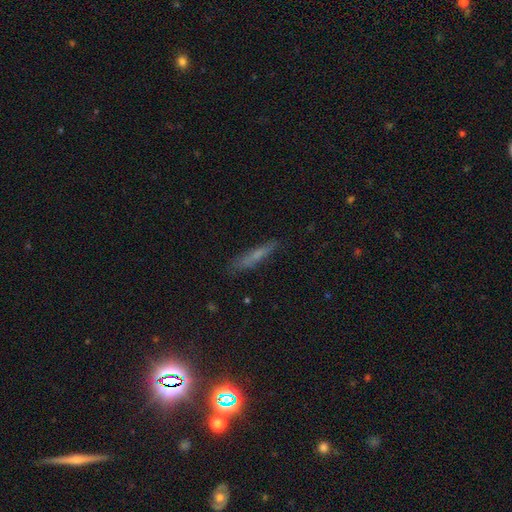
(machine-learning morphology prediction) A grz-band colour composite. It shows a smooth galaxy with no disk features (54%) that is cigar-shaped (89%). Merging: none (82%).